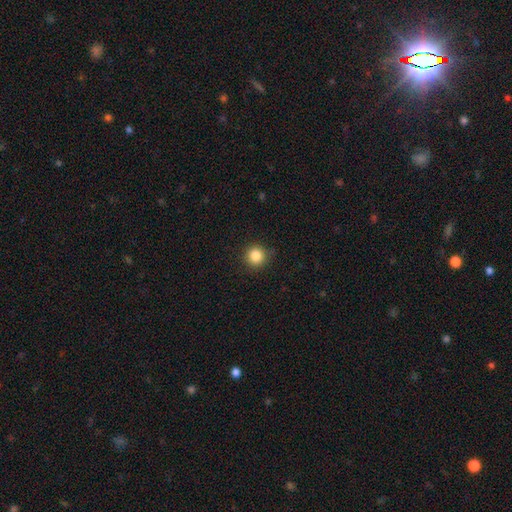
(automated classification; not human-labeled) This appears to be a smooth galaxy with no disk features (84%) that is round (94%). Merging: none (88%).